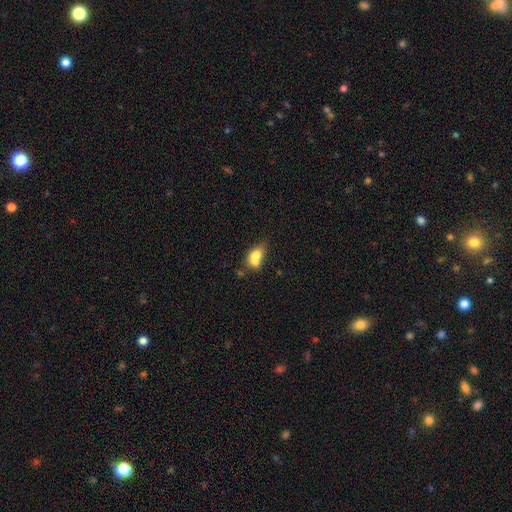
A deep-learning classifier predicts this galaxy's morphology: Smooth or featured? Predicted: smooth (p=0.70). How rounded? Predicted: in between (p=0.74). Merging? Predicted: merger (p=0.50).